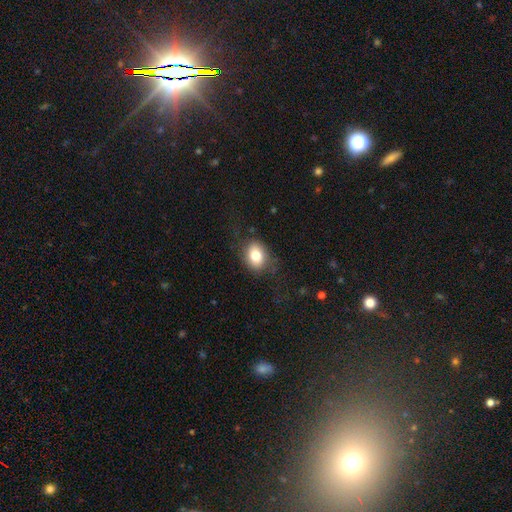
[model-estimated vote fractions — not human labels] This is likely a smooth galaxy (78%). How rounded: likely in between (64%). Merging: likely none (73%).